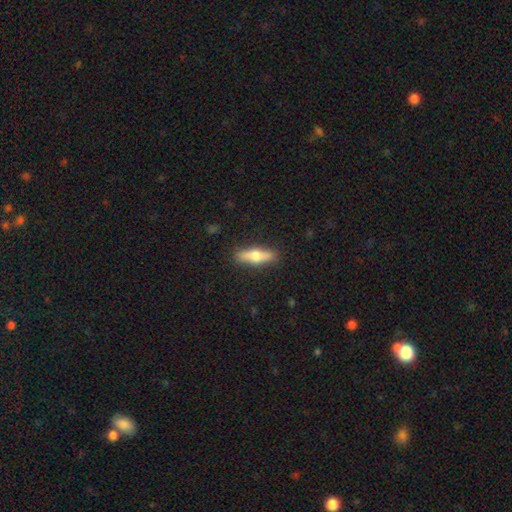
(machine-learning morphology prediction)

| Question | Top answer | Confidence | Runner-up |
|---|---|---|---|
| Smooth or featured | smooth | 52% | featured or disk (42%) |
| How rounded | cigar-shaped | 68% | in between (29%) |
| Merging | none | 88% | minor disturbance (9%) |